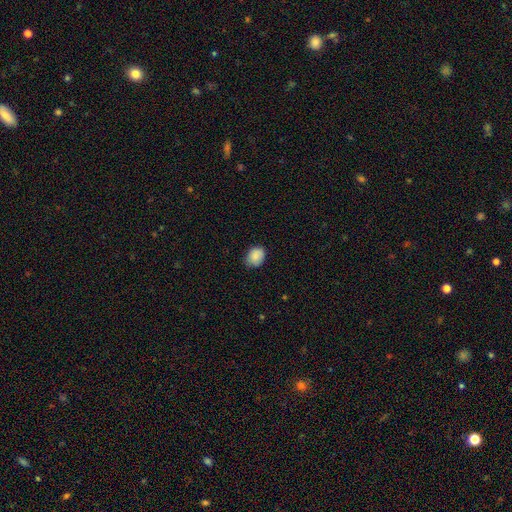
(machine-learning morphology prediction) smooth_or_featured: smooth (p=0.87) [alt: star or artifact p=0.08]
how_rounded: in between (p=0.52) [alt: round p=0.47]
merging: none (p=0.77) [alt: minor disturbance p=0.19]